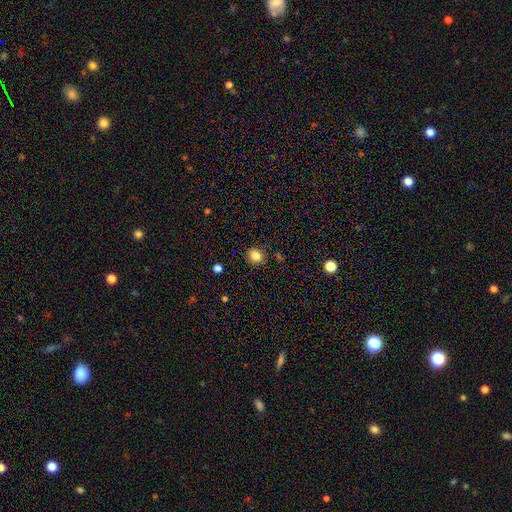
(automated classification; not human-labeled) This appears to be a smooth galaxy with no disk features (83%) that is round (82%). Merging: none (89%).